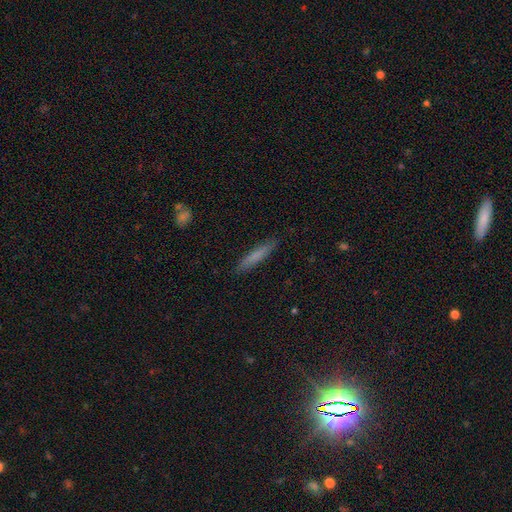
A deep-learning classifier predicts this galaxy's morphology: Overall: smooth (74%). How rounded: cigar-shaped (91%). Merging: none (88%).